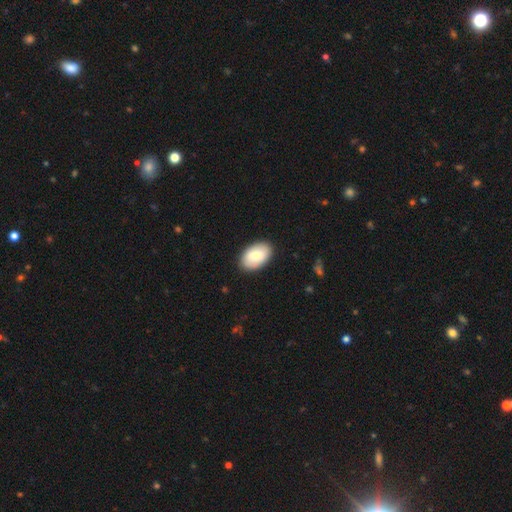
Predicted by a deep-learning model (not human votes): The model was most divided on "smooth or featured": smooth: 78%, featured or disk: 17%, star or artifact: 6%. More confident: how rounded — in between (93%); merging — none (88%).